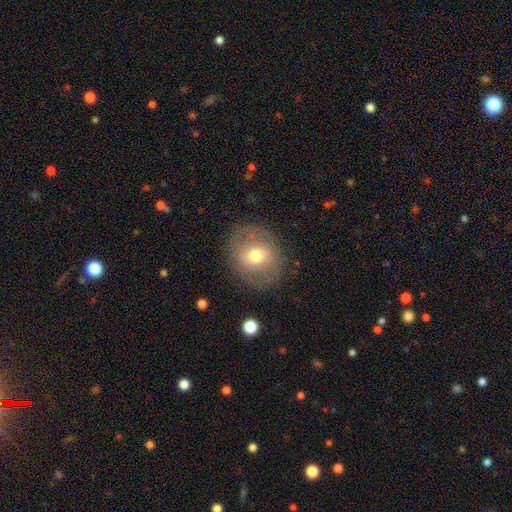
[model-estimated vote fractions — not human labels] smooth_or_featured: smooth (p=0.62) [alt: featured or disk p=0.28]
how_rounded: round (p=0.69) [alt: in between p=0.30]
merging: none (p=0.81) [alt: minor disturbance p=0.12]